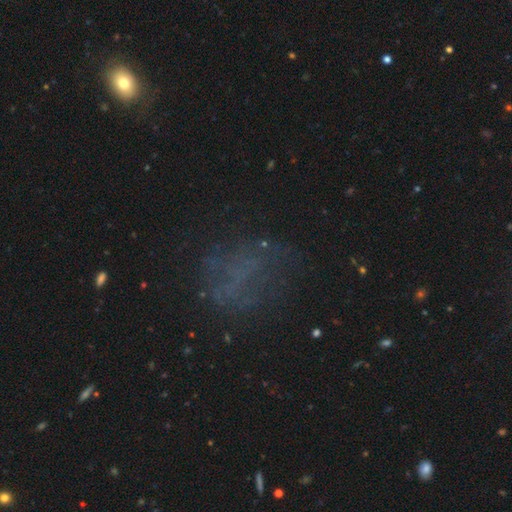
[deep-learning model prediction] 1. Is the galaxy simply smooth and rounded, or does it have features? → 34% smooth, 33% star or artifact, 33% featured or disk.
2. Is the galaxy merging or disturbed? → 61% none, 20% major disturbance, 16% minor disturbance, 3% merger.